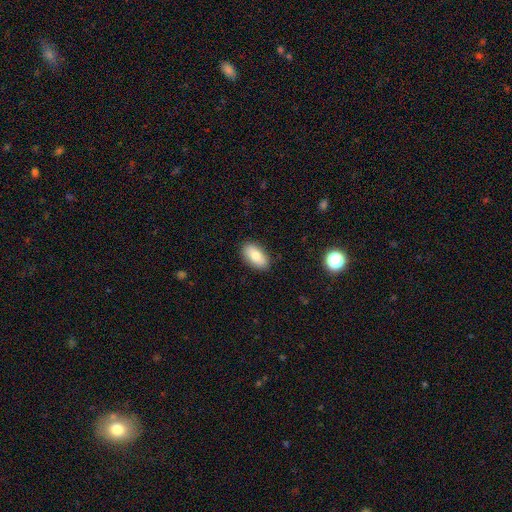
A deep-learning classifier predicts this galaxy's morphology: A smooth galaxy with no disk features (78%) that is in between round and cigar-shaped (93%). Merging: none (87%).